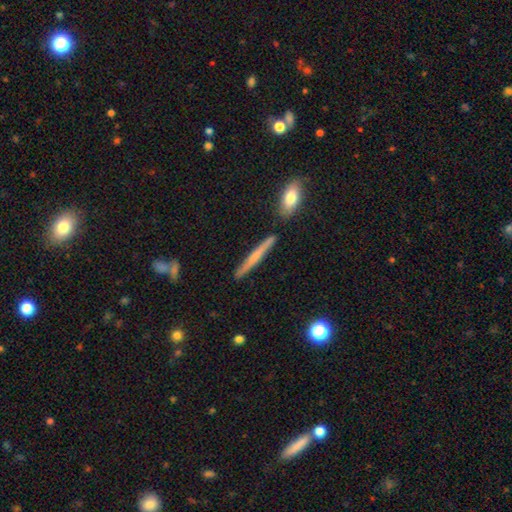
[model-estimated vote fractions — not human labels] This appears to be a smooth galaxy with no disk features (51%) that is cigar-shaped (94%). Merging: none (86%).